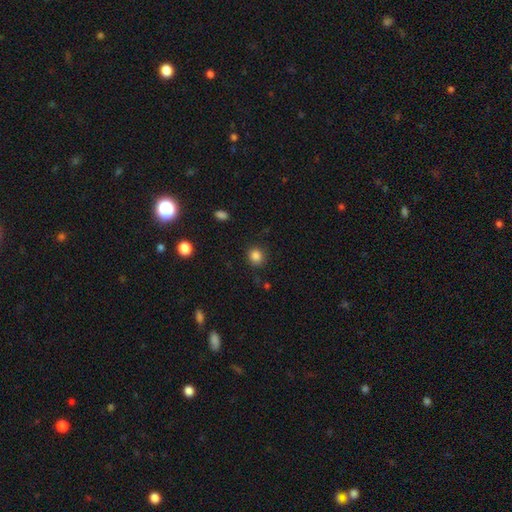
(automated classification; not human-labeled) This is clearly a smooth galaxy (85%). How rounded: clearly round (84%). Merging: clearly none (86%).